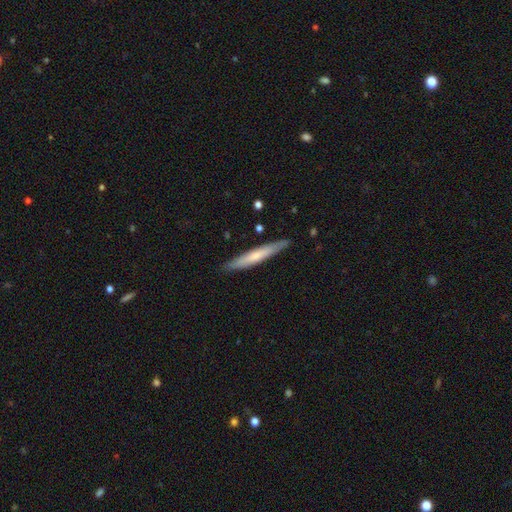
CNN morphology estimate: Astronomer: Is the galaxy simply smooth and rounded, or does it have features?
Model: smooth — 56% (runner-up: featured or disk, 39%).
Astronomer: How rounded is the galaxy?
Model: cigar-shaped — 94%.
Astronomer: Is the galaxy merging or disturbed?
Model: none — 88%.